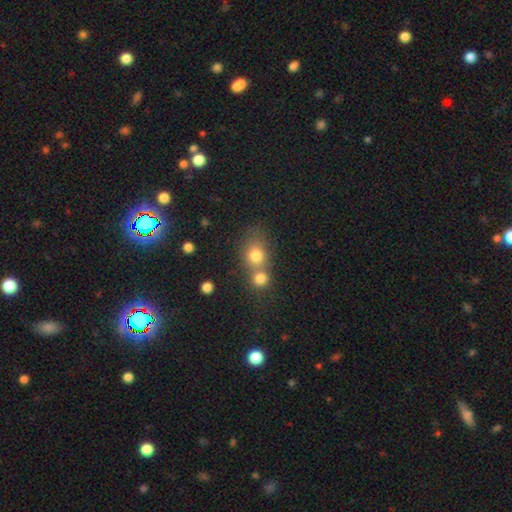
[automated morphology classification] Smooth or featured: smooth — 77% (star or artifact — 13%)
How rounded: round — 68% (in between — 31%)
Merging: merger — 51% (none — 37%)